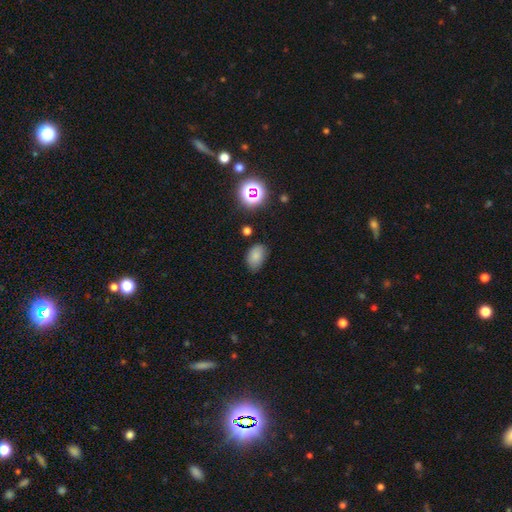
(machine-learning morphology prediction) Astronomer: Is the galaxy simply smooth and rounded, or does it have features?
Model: smooth — 78%.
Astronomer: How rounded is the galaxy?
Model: in between — 86%.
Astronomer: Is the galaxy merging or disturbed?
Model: none — 75%.